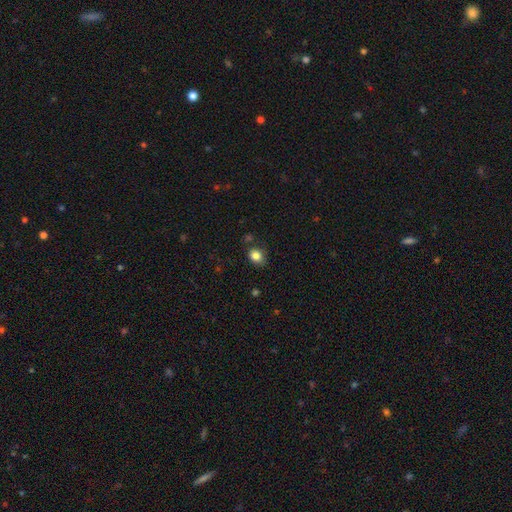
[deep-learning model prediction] Smooth or featured?
  - smooth: 85% *
  - star or artifact: 10%
  - featured or disk: 5%
How rounded?
  - in between: 52% *
  - round: 47%
  - cigar-shaped: 1%
Merging?
  - none: 75% *
  - minor disturbance: 18%
  - major disturbance: 4%
  - merger: 3%